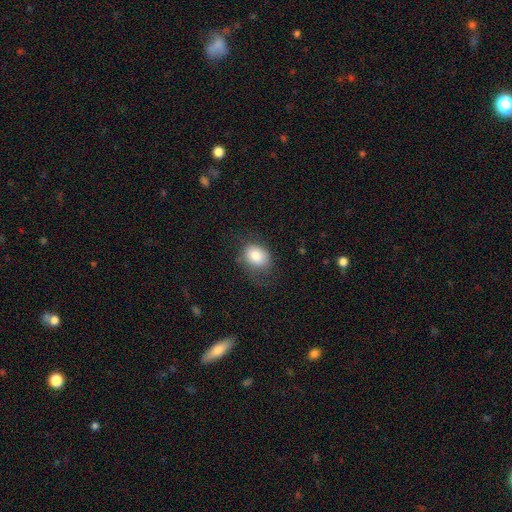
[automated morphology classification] This is clearly a smooth galaxy (81%). How rounded: possibly in between (58%). Merging: likely none (60%).